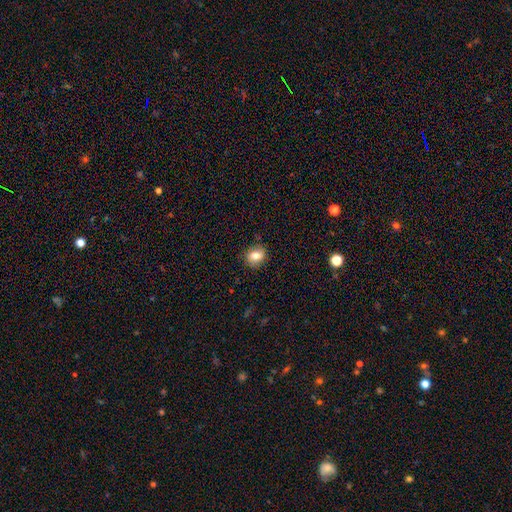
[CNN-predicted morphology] The model was most divided on "how rounded": round: 56%, in between: 42%, cigar-shaped: 1%. More confident: merging — none (83%); smooth or featured — smooth (78%).